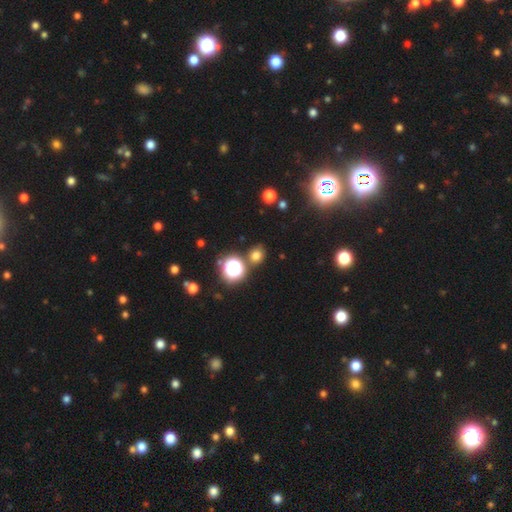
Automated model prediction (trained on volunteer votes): Overall: smooth (69%). How rounded: round (81%). Merging: none (81%).